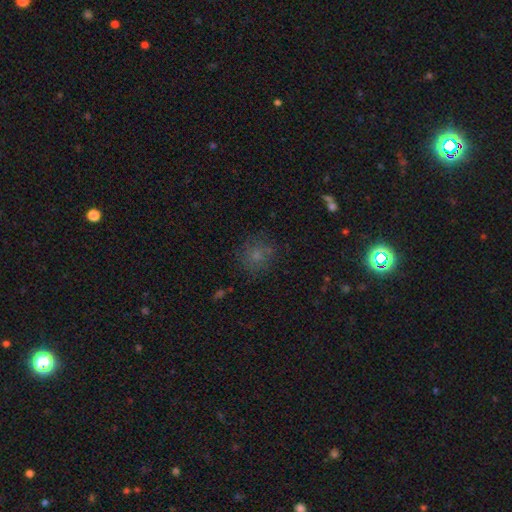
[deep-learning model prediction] smooth 70%, star or artifact 18%, featured or disk 12%. Down the decision tree: how rounded — round (86%); merging — none (75%).